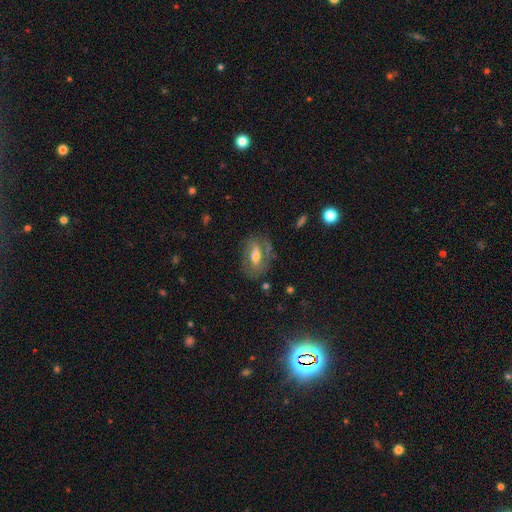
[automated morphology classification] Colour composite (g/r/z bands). It shows a featured or disk galaxy (63%) with a weak bar (38%), spiral arms (62%) and a moderate central bulge (65%). Merging: none (66%).